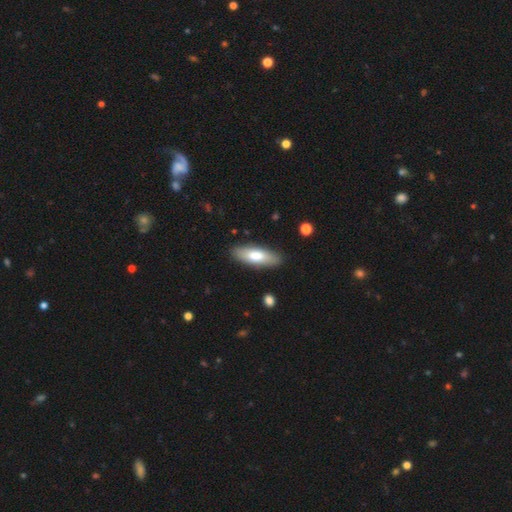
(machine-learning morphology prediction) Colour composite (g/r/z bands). It shows a smooth galaxy with no disk features (73%) that is in between round and cigar-shaped (59%). Merging: none (88%).